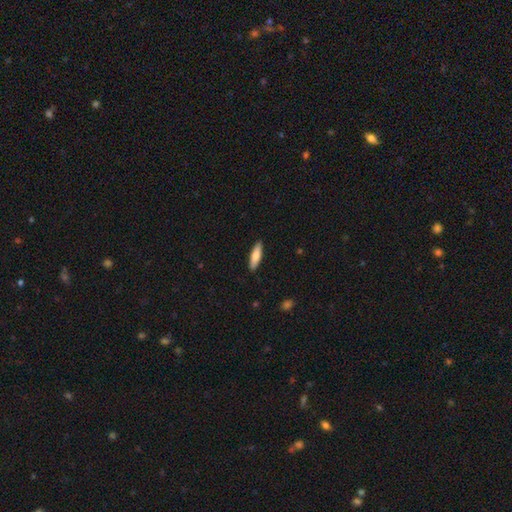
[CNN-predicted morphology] Smooth or featured: smooth — 74% (featured or disk — 21%)
How rounded: cigar-shaped — 65% (in between — 34%)
Merging: none — 90% (minor disturbance — 8%)